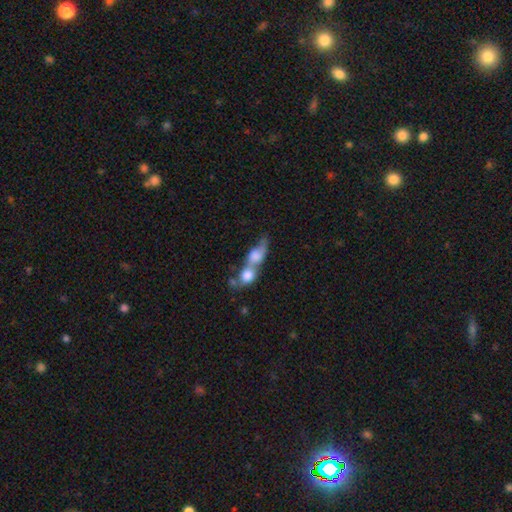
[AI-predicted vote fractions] smooth-or-featured: smooth: 62% | featured or disk: 29% | star or artifact: 9%
  how-rounded: in between: 50% | round: 34% | cigar-shaped: 17%
  merging: merger: 79% | none: 10% | major disturbance: 6% | minor disturbance: 5%